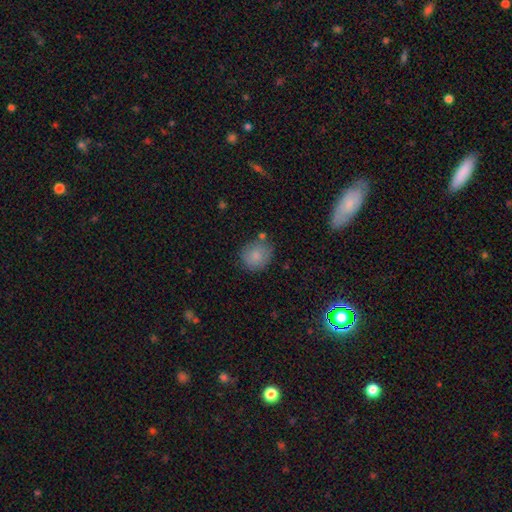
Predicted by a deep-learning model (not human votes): smooth_or_featured: smooth (p=0.83) [alt: featured or disk p=0.09]
how_rounded: round (p=0.79) [alt: in between p=0.20]
merging: none (p=0.70) [alt: minor disturbance p=0.18]